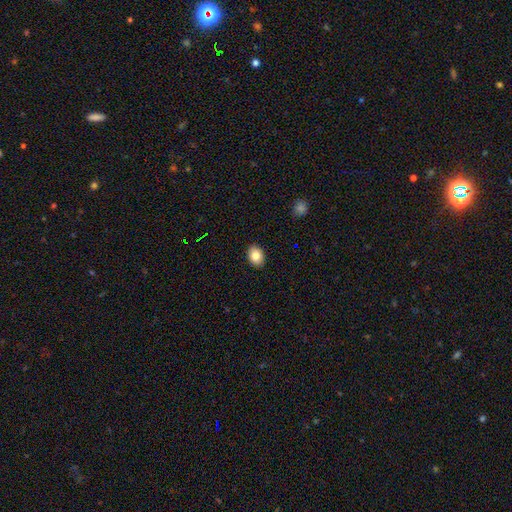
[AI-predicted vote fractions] Smooth or featured?
  - smooth: 84% *
  - star or artifact: 8%
  - featured or disk: 8%
How rounded?
  - in between: 74% *
  - round: 25%
  - cigar-shaped: 1%
Merging?
  - none: 90% *
  - minor disturbance: 7%
  - major disturbance: 2%
  - merger: 1%